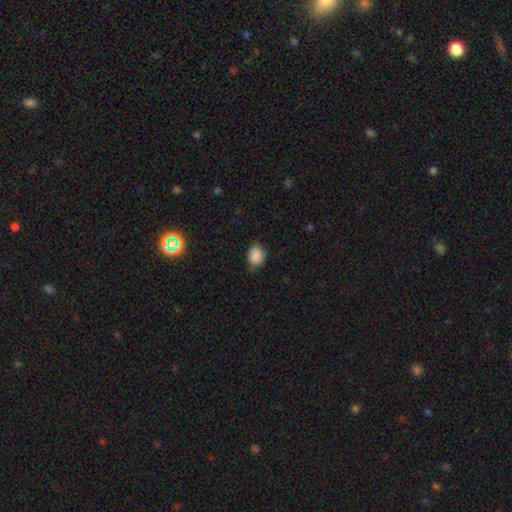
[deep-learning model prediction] smooth_or_featured: smooth (p=0.87) [alt: star or artifact p=0.09]
how_rounded: in between (p=0.55) [alt: round p=0.44]
merging: none (p=0.66) [alt: minor disturbance p=0.28]